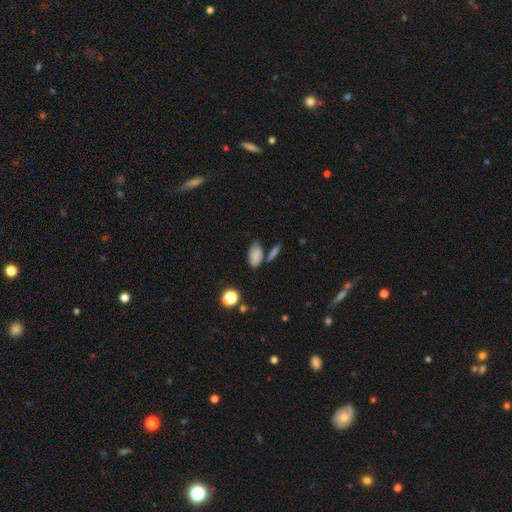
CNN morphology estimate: A smooth galaxy with no disk features (82%) that is in between round and cigar-shaped (88%). Merging: none (60%).